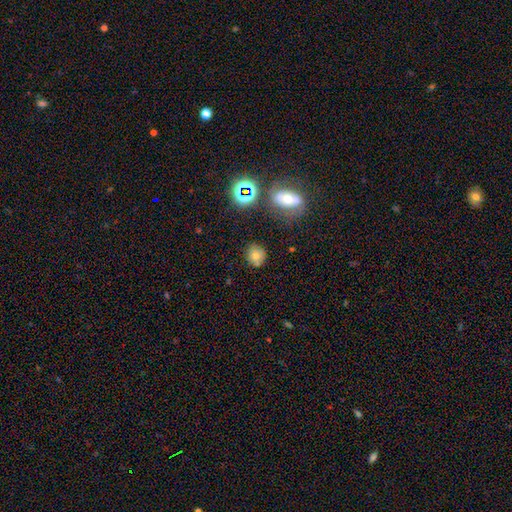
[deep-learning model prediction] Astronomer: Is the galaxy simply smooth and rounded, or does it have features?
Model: smooth — 69%.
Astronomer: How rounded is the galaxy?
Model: round — 83%.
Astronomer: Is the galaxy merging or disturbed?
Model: none — 78%.